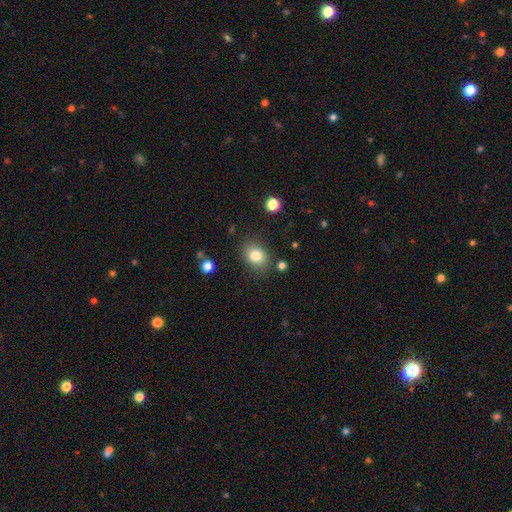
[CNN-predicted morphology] This is clearly a smooth galaxy (81%). How rounded: possibly in between (56%). Merging: clearly none (81%).